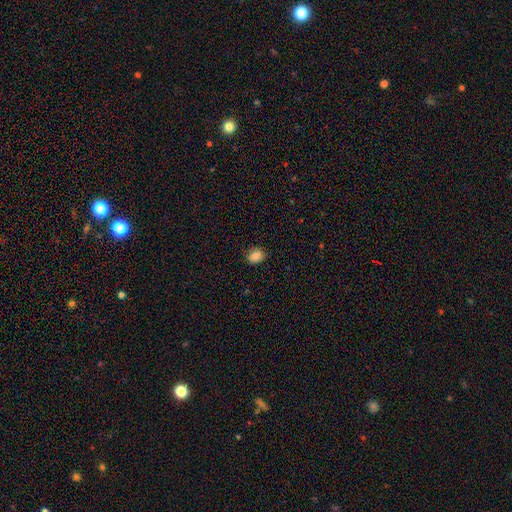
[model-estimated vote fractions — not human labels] The model was most divided on "how rounded": in between: 51%, round: 48%, cigar-shaped: 1%. More confident: merging — none (85%); smooth or featured — smooth (83%).